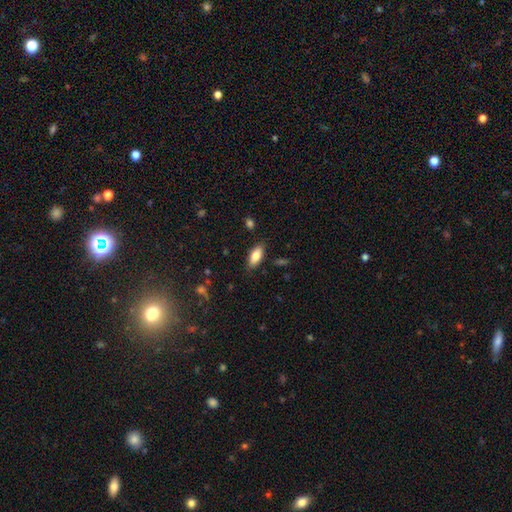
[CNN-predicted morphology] Smooth or featured?
  - smooth: 82% *
  - featured or disk: 11%
  - star or artifact: 7%
How rounded?
  - in between: 88% *
  - cigar-shaped: 10%
  - round: 2%
Merging?
  - none: 83% *
  - minor disturbance: 13%
  - major disturbance: 3%
  - merger: 2%